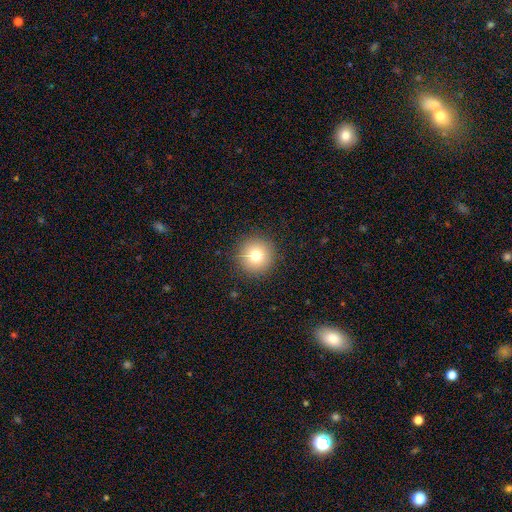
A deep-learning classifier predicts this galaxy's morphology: type=smooth (77%); roundness=round (96%); merging=none (91%).